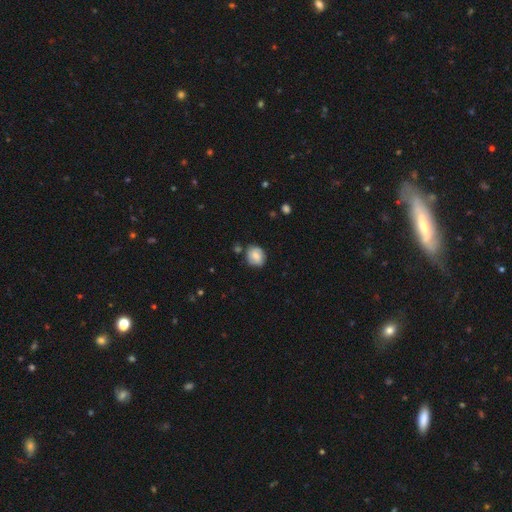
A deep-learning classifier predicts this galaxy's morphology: This is likely a smooth galaxy (63%). How rounded: possibly round (57%). Merging: likely none (69%).